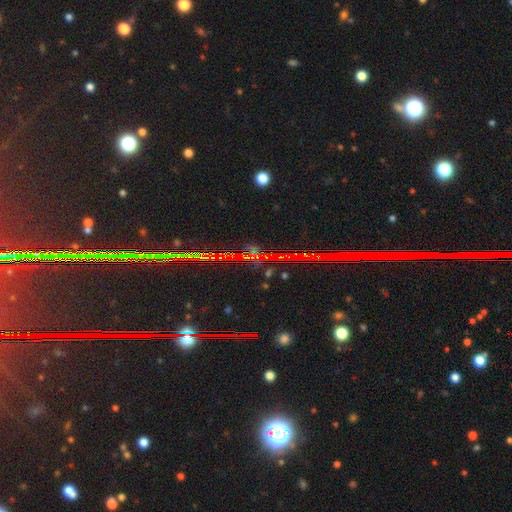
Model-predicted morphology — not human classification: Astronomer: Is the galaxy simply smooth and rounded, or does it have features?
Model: star or artifact — 82%.